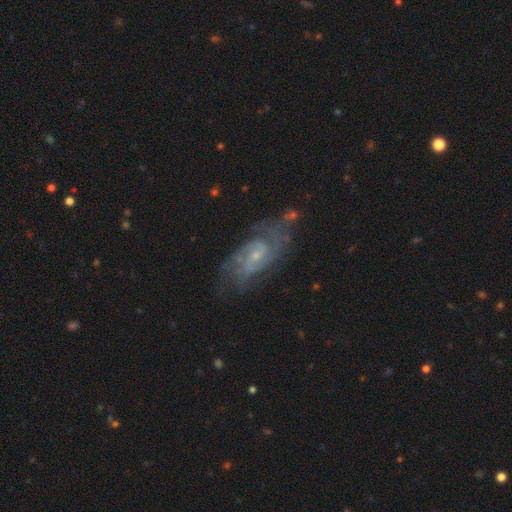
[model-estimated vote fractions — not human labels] The model was most divided on "spiral winding" (2-way tie): medium: 44%, tight: 44%, loose: 12%. Remaining: spiral arms — yes (96%); edge-on disk — no (96%); smooth or featured — featured or disk (86%); bulge size — small (66%); merging — none (64%); spiral arm count — 2 (57%); bar — weak (46%).